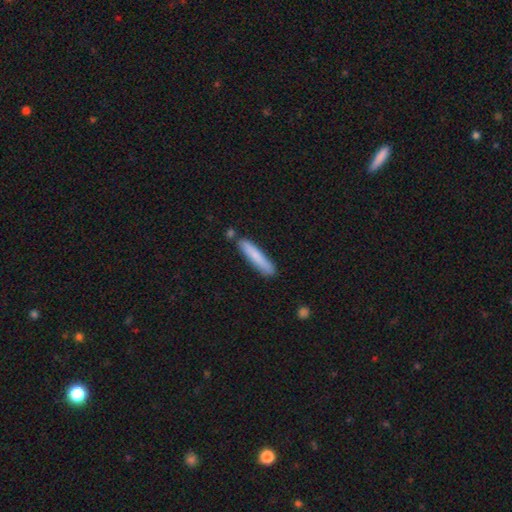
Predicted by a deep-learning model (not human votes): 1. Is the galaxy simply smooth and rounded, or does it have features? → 79% smooth, 15% featured or disk, 6% star or artifact.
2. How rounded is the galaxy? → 92% cigar-shaped, 7% in between, 1% round.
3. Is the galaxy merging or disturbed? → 81% none, 12% minor disturbance, 5% merger, 2% major disturbance.